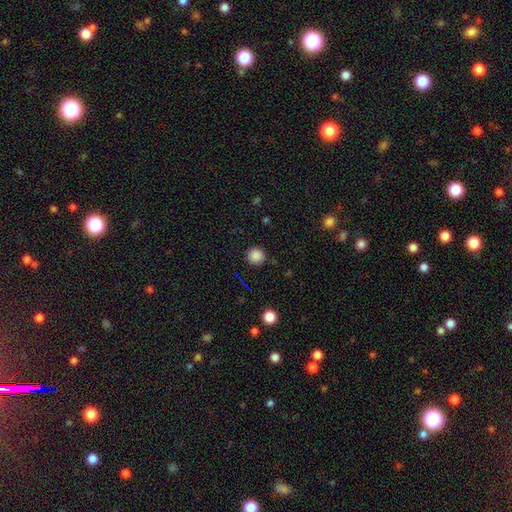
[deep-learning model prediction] A smooth galaxy with no disk features (86%) that is round (94%). Merging: none (90%).